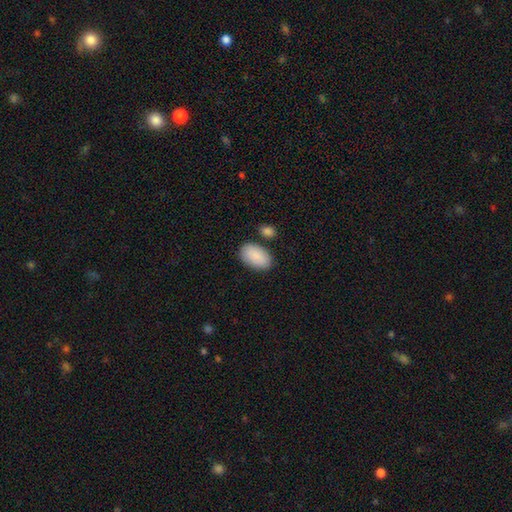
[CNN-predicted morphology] smooth-or-featured: smooth: 90% | star or artifact: 5% | featured or disk: 5%
  how-rounded: in between: 95% | round: 4% | cigar-shaped: 1%
  merging: none: 77% | minor disturbance: 13% | merger: 7% | major disturbance: 3%